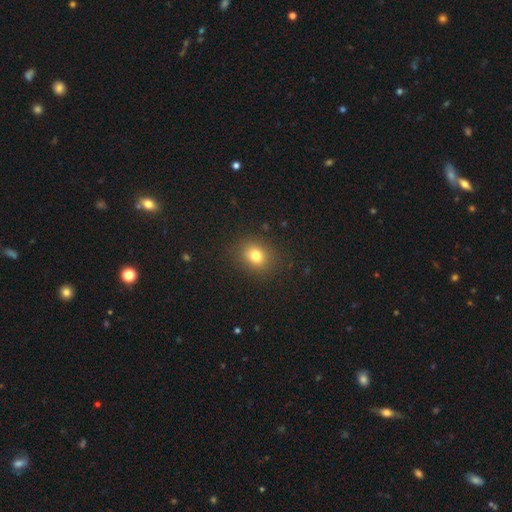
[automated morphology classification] Smooth or featured?
  - smooth: 78% *
  - star or artifact: 13%
  - featured or disk: 8%
How rounded?
  - round: 63% *
  - in between: 36%
  - cigar-shaped: 1%
Merging?
  - none: 87% *
  - minor disturbance: 9%
  - major disturbance: 3%
  - merger: 1%